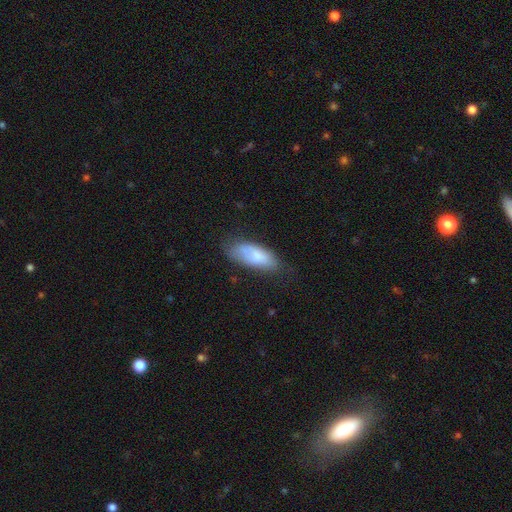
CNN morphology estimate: The model was most divided on "merging": none: 58%, minor disturbance: 29%, major disturbance: 9%, merger: 3%. More confident: how rounded — in between (78%); smooth or featured — smooth (75%).